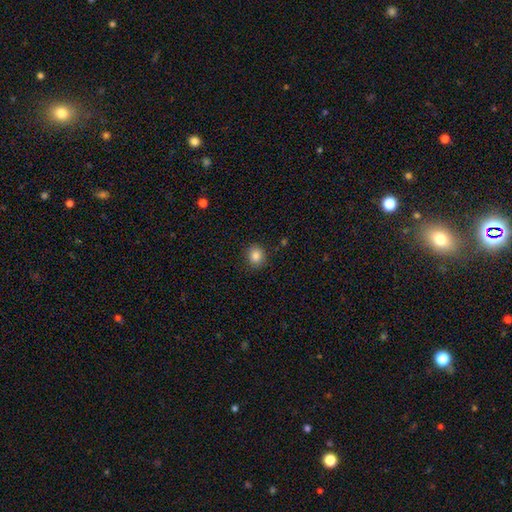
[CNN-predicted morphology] smooth-or-featured: smooth: 84% | star or artifact: 11% | featured or disk: 5%
  how-rounded: round: 77% | in between: 22% | cigar-shaped: 1%
  merging: none: 88% | minor disturbance: 8% | major disturbance: 2% | merger: 1%